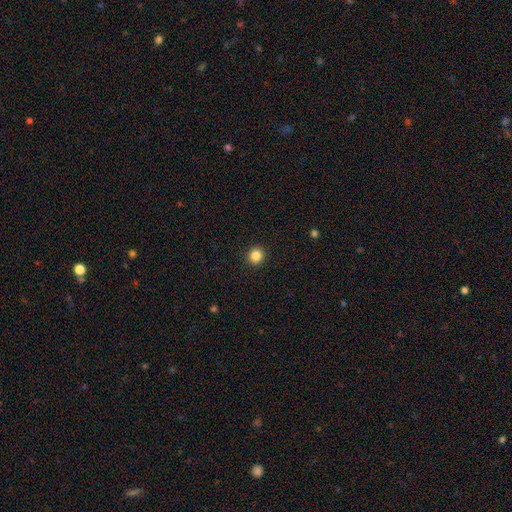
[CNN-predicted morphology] Smooth or featured? smooth (85%)
How rounded? round (92%)
Merging? none (93%)